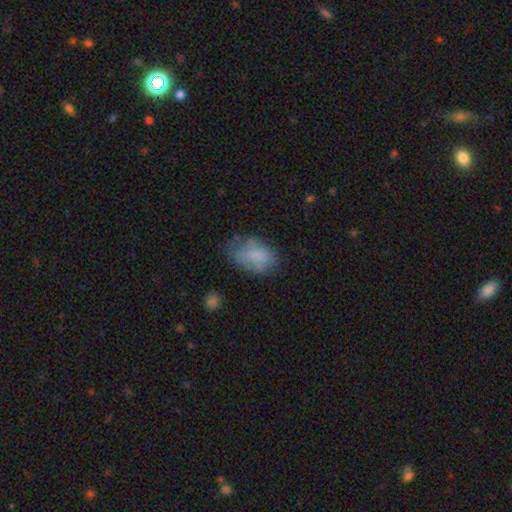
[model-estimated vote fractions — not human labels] This is likely a smooth galaxy (71%). How rounded: clearly in between (90%). Merging: possibly none (50%).